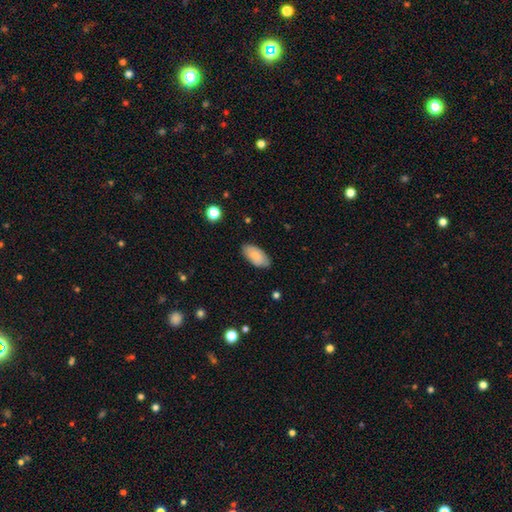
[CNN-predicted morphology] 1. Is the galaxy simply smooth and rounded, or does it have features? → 78% smooth, 15% featured or disk, 7% star or artifact.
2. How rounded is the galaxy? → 94% in between, 4% cigar-shaped, 2% round.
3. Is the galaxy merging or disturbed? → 81% none, 15% minor disturbance, 3% major disturbance, 1% merger.